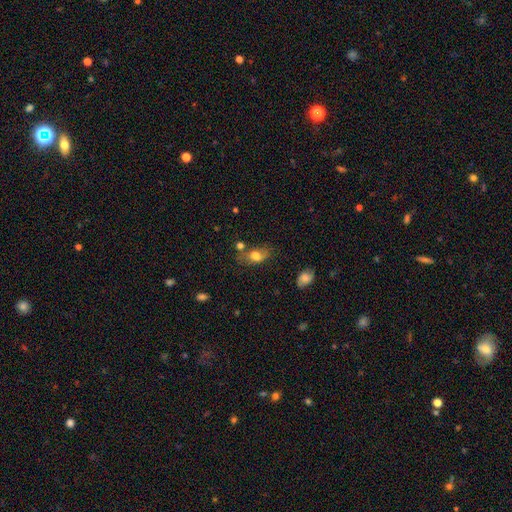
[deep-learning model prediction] The model was most divided on "merging": none: 59%, minor disturbance: 23%, merger: 11%, major disturbance: 8%. More confident: how rounded — in between (81%); smooth or featured — smooth (73%).